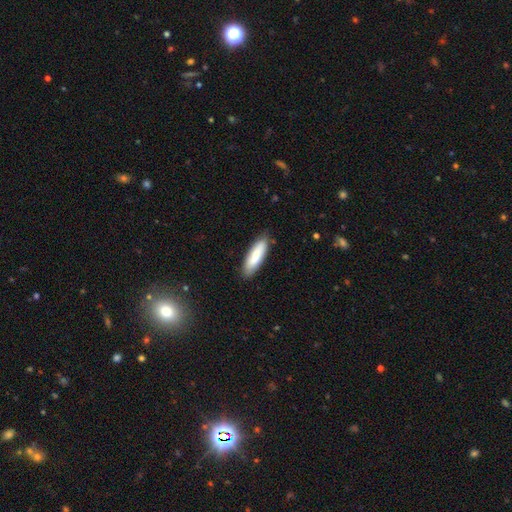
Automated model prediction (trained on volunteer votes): The model was most divided on "how rounded": cigar-shaped: 57%, in between: 42%, round: 1%. More confident: merging — none (84%); smooth or featured — smooth (81%).